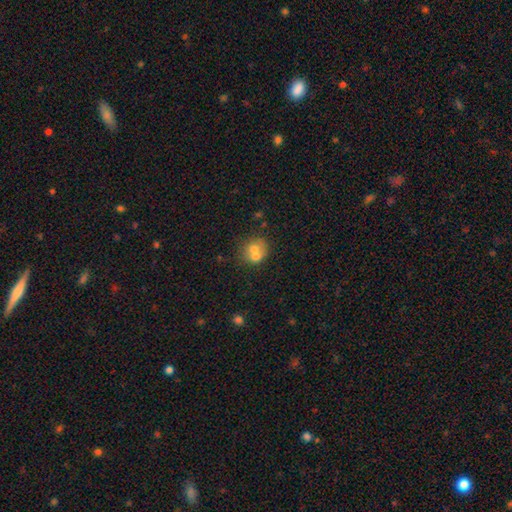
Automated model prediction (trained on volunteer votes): This is likely a smooth galaxy (61%). How rounded: likely round (77%). Merging: possibly merger (48%).